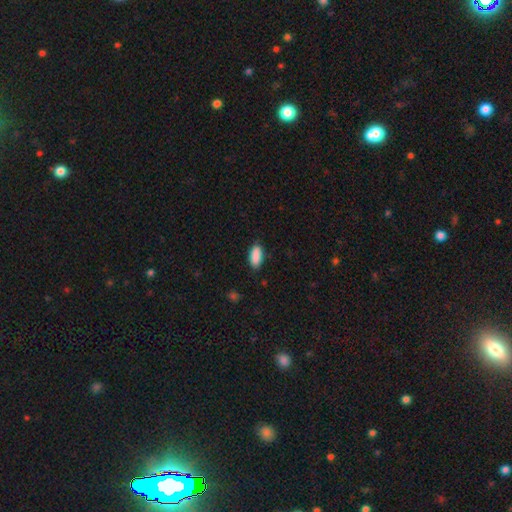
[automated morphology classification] Q: Smooth or featured?
A: smooth (90%); runner-up: star or artifact (7%)
Q: How rounded?
A: in between (86%); runner-up: cigar-shaped (12%)
Q: Merging?
A: none (85%); runner-up: minor disturbance (12%)